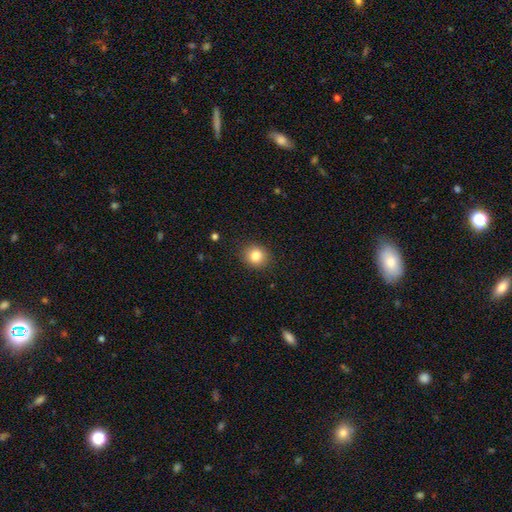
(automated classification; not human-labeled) Smooth or featured? smooth (83%)
How rounded? round (82%)
Merging? none (89%)